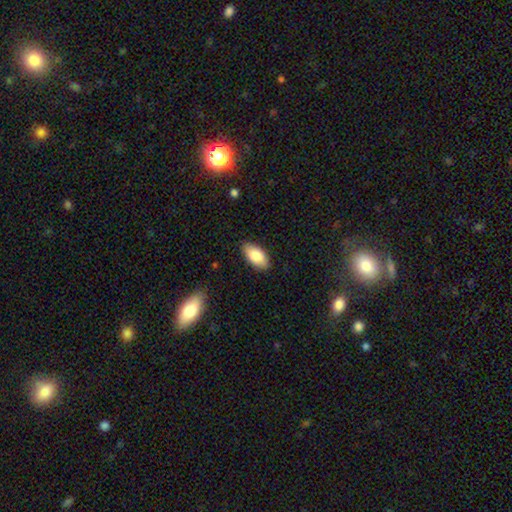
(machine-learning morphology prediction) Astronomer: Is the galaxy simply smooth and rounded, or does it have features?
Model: smooth — 84%.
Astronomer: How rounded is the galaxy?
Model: in between — 94%.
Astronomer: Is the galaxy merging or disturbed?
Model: none — 86%.